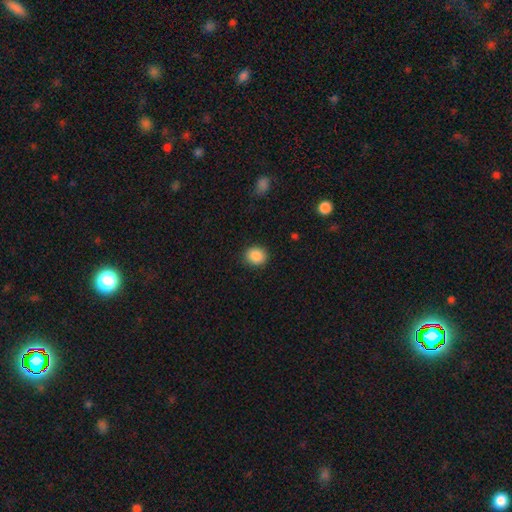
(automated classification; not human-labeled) smooth-or-featured: smooth: 88% | star or artifact: 8% | featured or disk: 3%
  how-rounded: round: 74% | in between: 25% | cigar-shaped: 1%
  merging: none: 89% | minor disturbance: 7% | major disturbance: 2% | merger: 1%